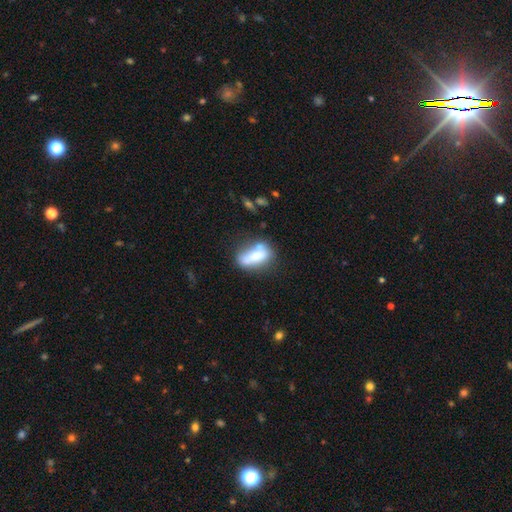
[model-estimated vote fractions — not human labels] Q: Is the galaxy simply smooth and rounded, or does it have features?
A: smooth — 65%.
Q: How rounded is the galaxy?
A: in between — 72%.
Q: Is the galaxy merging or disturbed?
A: none — 44%.